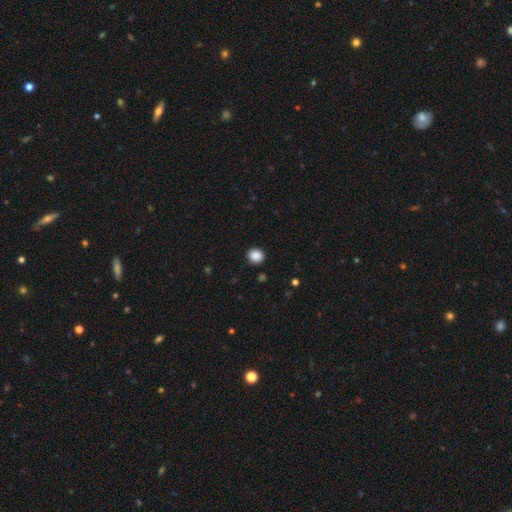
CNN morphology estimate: Overall: smooth (88%). How rounded: round (83%). Merging: none (91%).